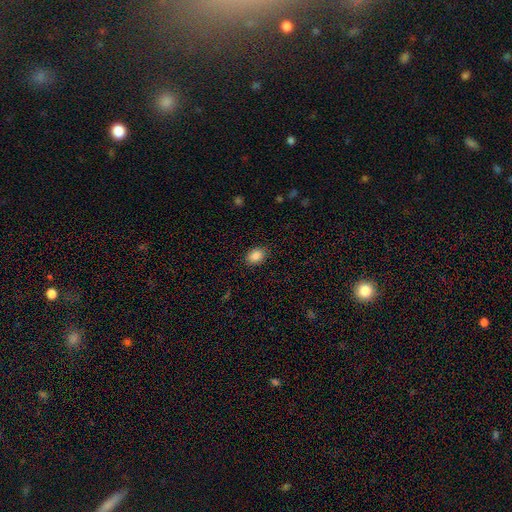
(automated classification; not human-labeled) smooth-or-featured: smooth: 86% | star or artifact: 9% | featured or disk: 5%
  how-rounded: in between: 72% | round: 27% | cigar-shaped: 1%
  merging: none: 88% | minor disturbance: 9% | major disturbance: 2% | merger: 1%